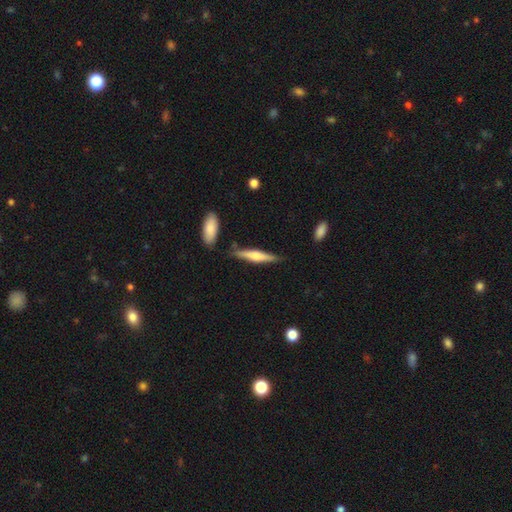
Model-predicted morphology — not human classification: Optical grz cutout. It shows a featured or disk galaxy (51%) viewed edge-on (96%). Merging: none (80%).